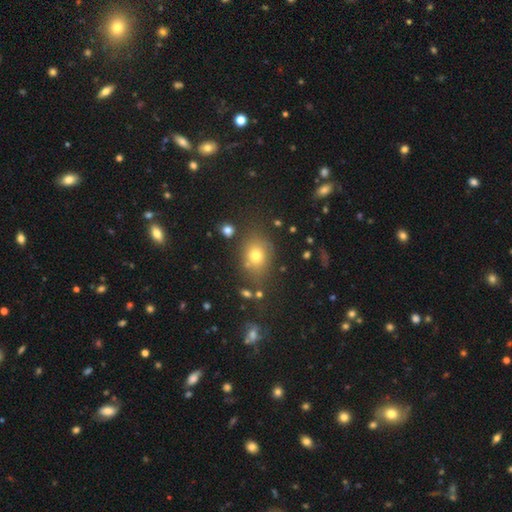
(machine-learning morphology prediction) Smooth or featured?
  - smooth: 70% *
  - star or artifact: 18%
  - featured or disk: 12%
How rounded?
  - round: 50% *
  - in between: 49%
  - cigar-shaped: 1%
Merging?
  - none: 72% *
  - minor disturbance: 16%
  - merger: 6%
  - major disturbance: 6%